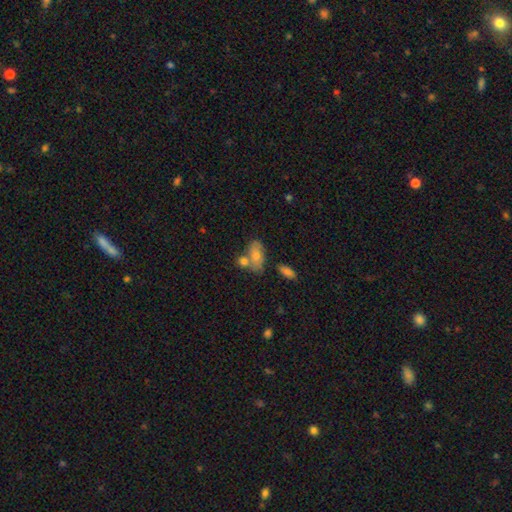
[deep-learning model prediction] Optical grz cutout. It shows a smooth galaxy with no disk features (63%) that is in between round and cigar-shaped (85%). Merging: none (49%).